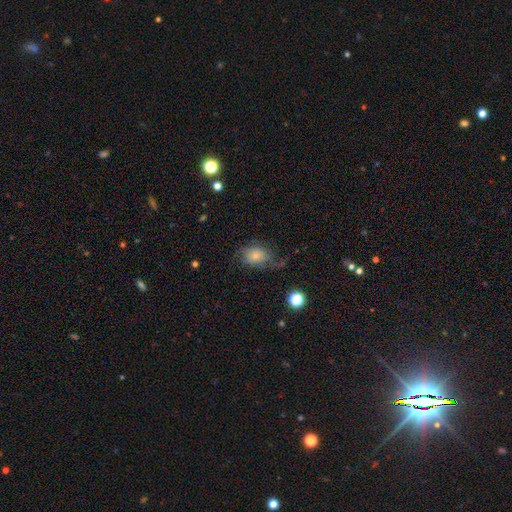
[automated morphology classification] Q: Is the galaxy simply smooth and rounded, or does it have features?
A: smooth — 68%.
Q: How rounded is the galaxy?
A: in between — 58%.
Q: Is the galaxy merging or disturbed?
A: none — 40%.